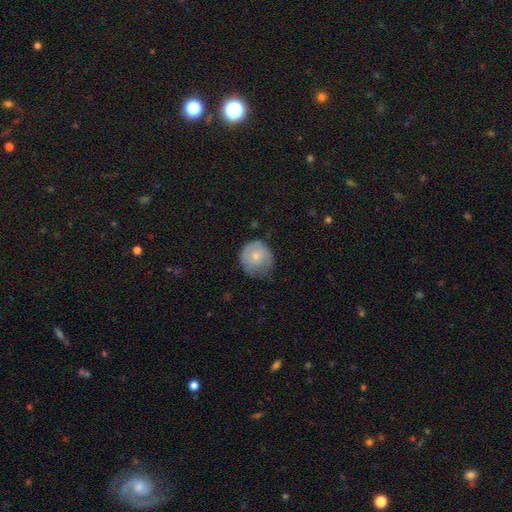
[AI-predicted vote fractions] smooth-or-featured: smooth: 62% | featured or disk: 32% | star or artifact: 6%
  how-rounded: round: 86% | in between: 13% | cigar-shaped: 1%
  merging: none: 56% | minor disturbance: 32% | major disturbance: 11% | merger: 1%